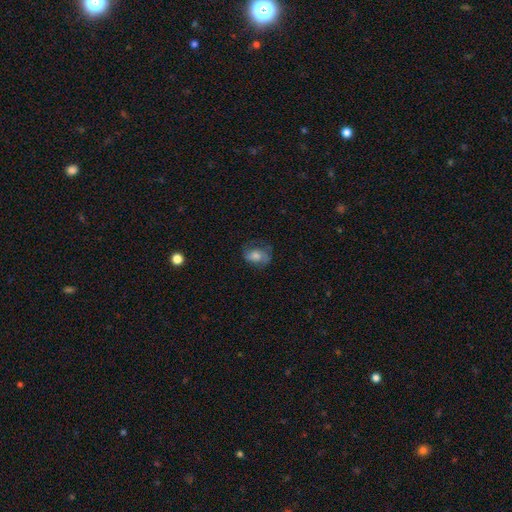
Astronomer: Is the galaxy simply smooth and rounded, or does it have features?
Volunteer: featured or disk — 57% (runner-up: smooth, 35%).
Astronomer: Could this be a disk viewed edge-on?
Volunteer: no — 96%.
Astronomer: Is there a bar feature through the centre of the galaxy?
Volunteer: no — 77%.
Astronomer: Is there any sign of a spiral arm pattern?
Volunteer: yes — 64%.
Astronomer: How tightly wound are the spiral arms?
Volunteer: tight — 43%, tied with medium at 43%.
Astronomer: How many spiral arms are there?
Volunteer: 2 — 71%.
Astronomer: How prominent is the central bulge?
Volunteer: moderate — 50% (runner-up: large, 36%).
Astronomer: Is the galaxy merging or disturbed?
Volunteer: none — 54%.